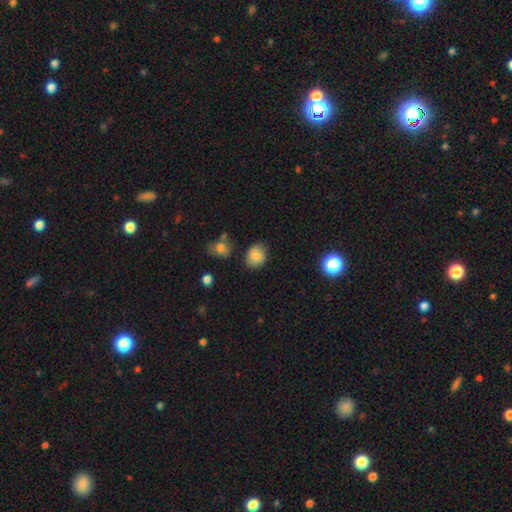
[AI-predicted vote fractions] smooth-or-featured: smooth: 81% | star or artifact: 10% | featured or disk: 8%
  how-rounded: round: 58% | in between: 41% | cigar-shaped: 1%
  merging: none: 76% | minor disturbance: 17% | major disturbance: 4% | merger: 3%